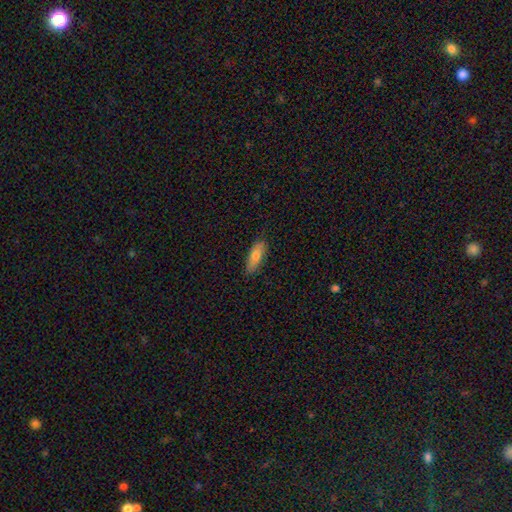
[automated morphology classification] smooth 75%, featured or disk 19%, star or artifact 6%. Down the decision tree: how rounded — in between (66%); merging — none (85%).